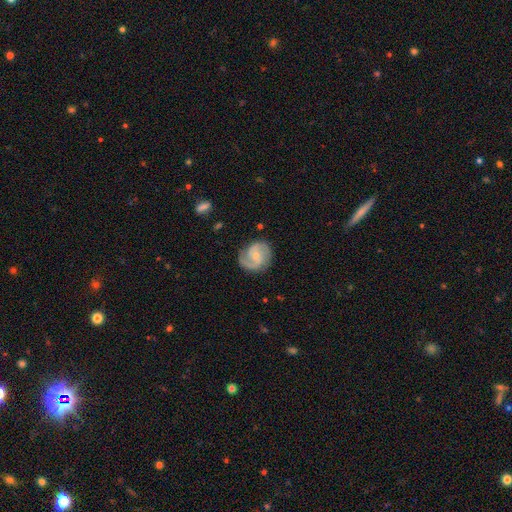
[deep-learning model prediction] smooth_or_featured: featured or disk (p=0.83) [alt: smooth p=0.12]
disk_edge_on: no (p=0.98) [alt: yes p=0.02]
bar: no (p=0.52) [alt: weak p=0.42]
has_spiral_arms: yes (p=0.97) [alt: no p=0.03]
spiral_winding: medium (p=0.53) [alt: tight p=0.31]
spiral_arm_count: 2 (p=0.87) [alt: can't tell p=0.04]
bulge_size: small (p=0.60) [alt: moderate p=0.32]
merging: none (p=0.78) [alt: minor disturbance p=0.16]